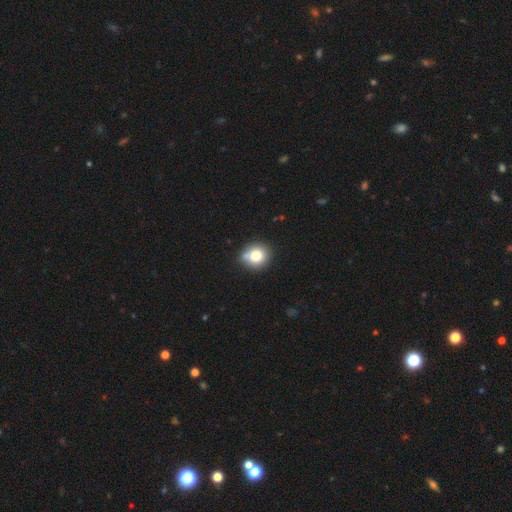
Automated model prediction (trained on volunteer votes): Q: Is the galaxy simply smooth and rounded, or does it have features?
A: smooth — 78%.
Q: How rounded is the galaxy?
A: round — 83%.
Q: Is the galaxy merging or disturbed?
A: none — 66%.